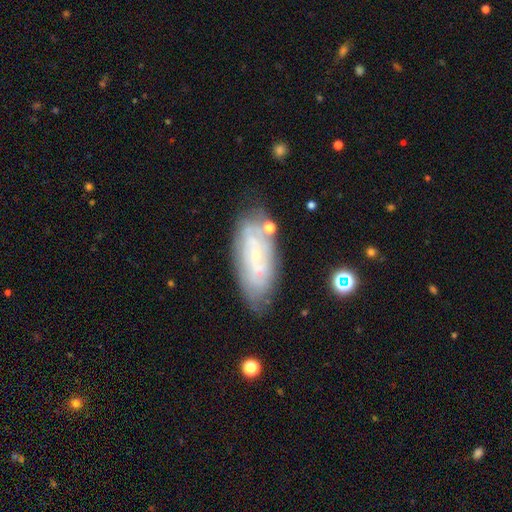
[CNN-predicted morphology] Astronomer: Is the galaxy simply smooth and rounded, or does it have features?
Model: featured or disk — 66%.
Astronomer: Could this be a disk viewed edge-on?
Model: no — 88%.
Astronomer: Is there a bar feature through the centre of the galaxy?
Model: no — 50% (runner-up: weak, 37%).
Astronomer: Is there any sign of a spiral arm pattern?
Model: yes — 76%.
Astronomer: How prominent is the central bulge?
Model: small — 77%.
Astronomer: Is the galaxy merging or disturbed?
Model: none — 72%.